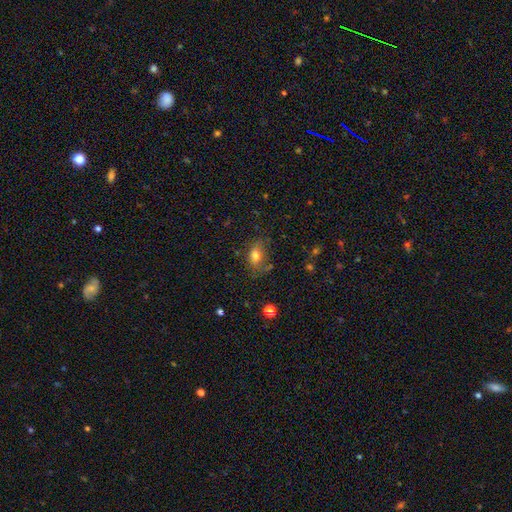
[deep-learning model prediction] Q: Smooth or featured?
A: smooth (73%); runner-up: featured or disk (15%)
Q: How rounded?
A: in between (80%); runner-up: round (17%)
Q: Merging?
A: none (55%); runner-up: minor disturbance (26%)